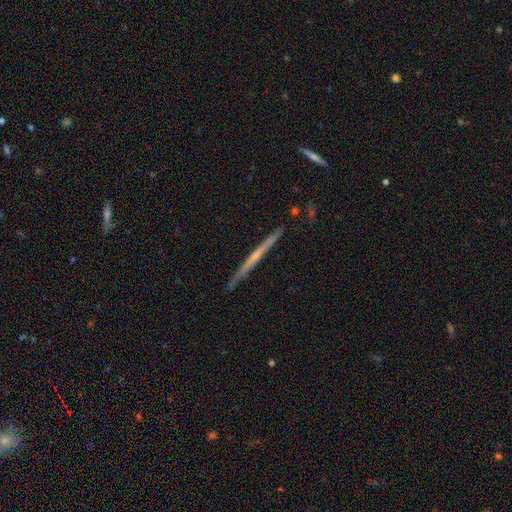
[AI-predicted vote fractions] Smooth or featured: featured or disk — 65% (smooth — 29%)
Edge-on disk: yes — 98% (no — 2%)
Edge-on bulge: none — 72% (rounded — 23%)
Merging: none — 90% (minor disturbance — 8%)